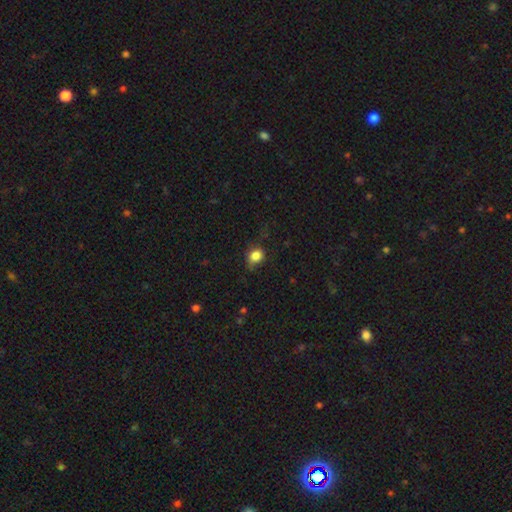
smooth_or_featured: smooth (p=0.85) [alt: star or artifact p=0.10]
how_rounded: round (p=0.70) [alt: in between p=0.30]
merging: none (p=0.51) [alt: minor disturbance p=0.31]